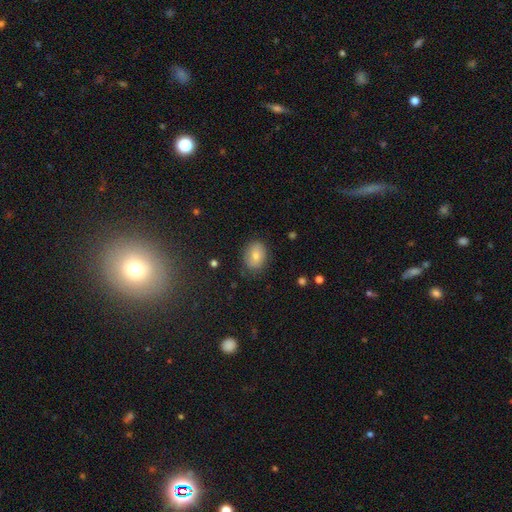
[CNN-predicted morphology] type=smooth (71%); roundness=in between (64%); merging=none (83%).